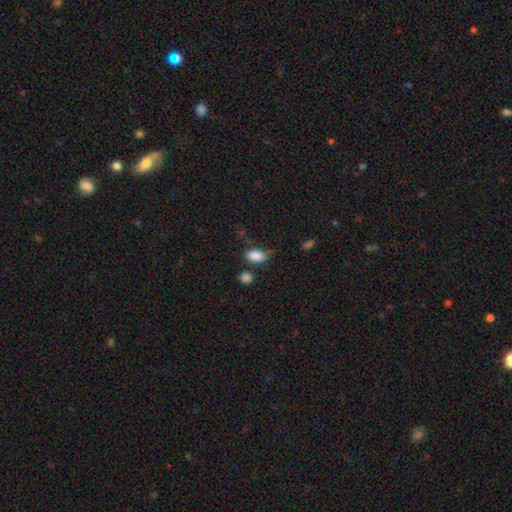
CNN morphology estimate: type=smooth (87%); roundness=in between (89%); merging=none (63%).